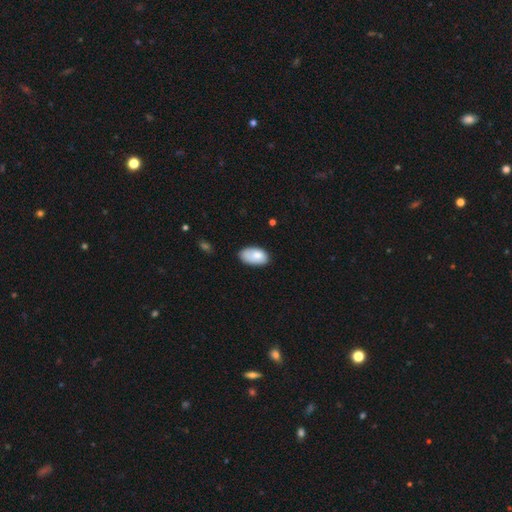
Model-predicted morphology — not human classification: This is clearly a smooth galaxy (81%). How rounded: clearly in between (95%). Merging: likely none (65%).